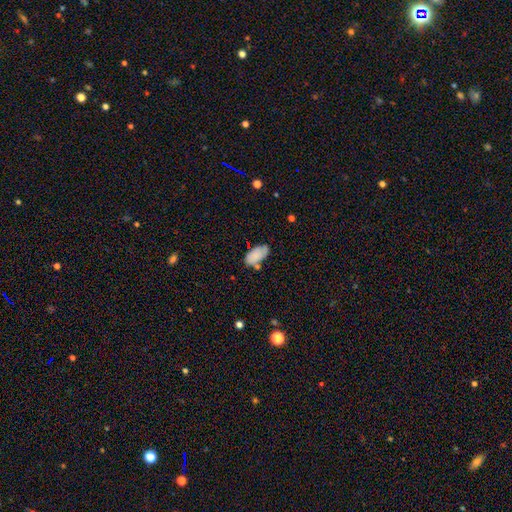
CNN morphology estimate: This appears to be a smooth galaxy with no disk features (81%) that is in between round and cigar-shaped (94%). Merging: none (58%).